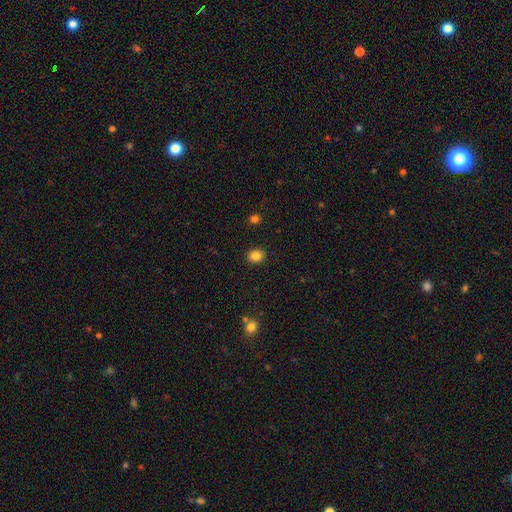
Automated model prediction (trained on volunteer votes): smooth 84%, star or artifact 11%, featured or disk 5%. Down the decision tree: how rounded — round (76%); merging — none (91%).